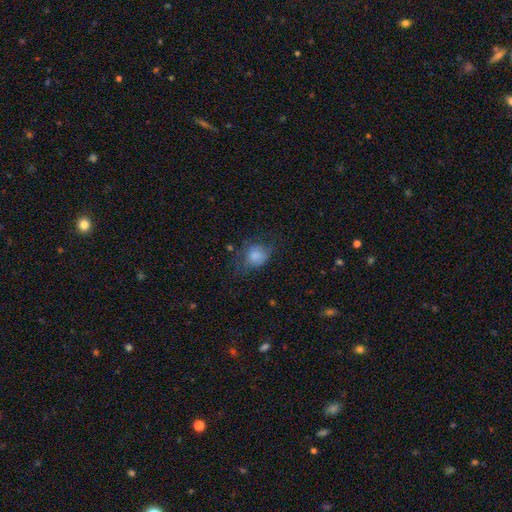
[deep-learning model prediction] smooth 75%, featured or disk 14%, star or artifact 11%. Down the decision tree: how rounded — round (61%); merging — none (45%).